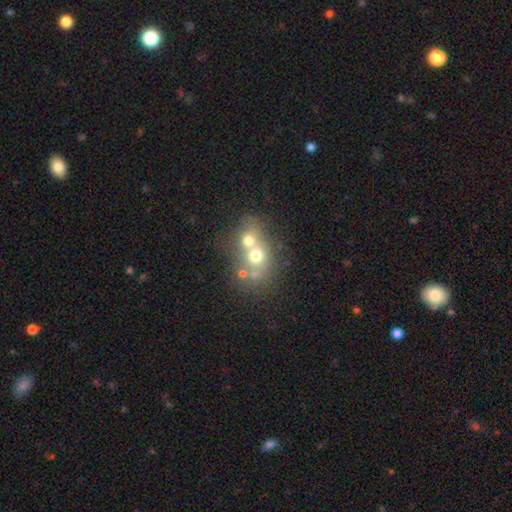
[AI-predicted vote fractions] Smooth or featured?
  - smooth: 58% *
  - featured or disk: 28%
  - star or artifact: 15%
How rounded?
  - round: 66% *
  - in between: 32%
  - cigar-shaped: 1%
Merging?
  - merger: 63% *
  - none: 26%
  - minor disturbance: 6%
  - major disturbance: 4%